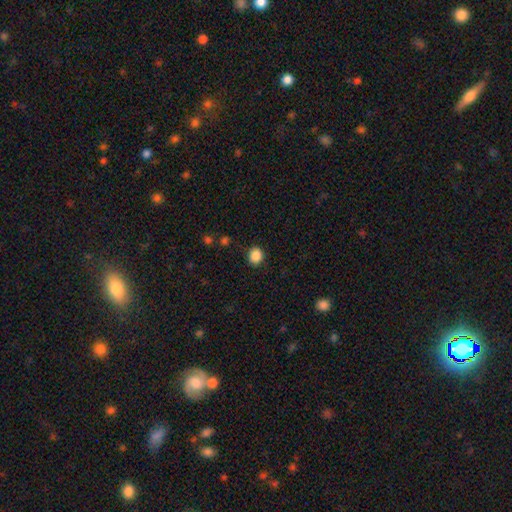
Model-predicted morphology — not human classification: Smooth or featured? Predicted: smooth (p=0.87). How rounded? Predicted: round (p=0.75). Merging? Predicted: none (p=0.88).